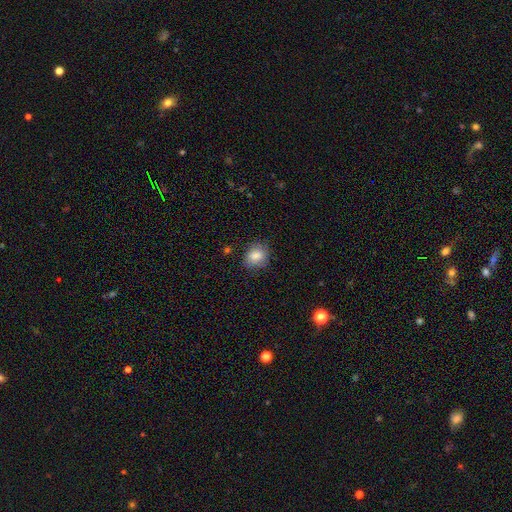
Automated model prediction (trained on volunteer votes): smooth-or-featured: smooth: 82% | featured or disk: 10% | star or artifact: 8%
  how-rounded: in between: 50% | round: 49% | cigar-shaped: 1%
  merging: none: 73% | minor disturbance: 21% | major disturbance: 5% | merger: 1%